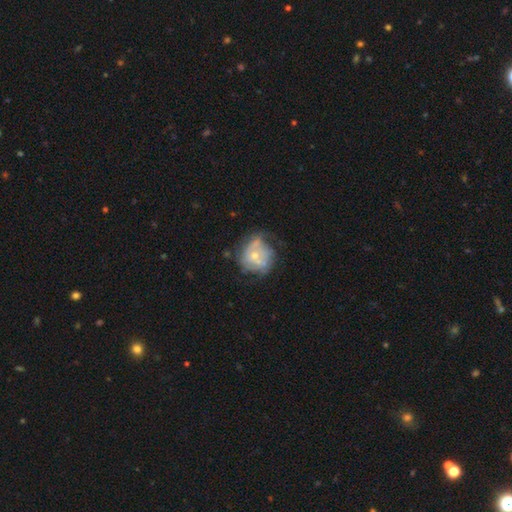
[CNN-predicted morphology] A featured or disk galaxy (61%) with no bar (84%), spiral arms (53%) and a small central bulge (50%).

Vote fractions:
- Smooth or featured? featured or disk: 61% / smooth: 31% / star or artifact: 8%
- Edge-on disk? no: 97% / yes: 3%
- Bar? no: 84% / weak: 13% / strong: 3%
- Spiral arms? yes: 53% / no: 47%
- Bulge size? small: 50% / moderate: 46% / large: 2% / none: 2% / dominant: 1%
- Merging? none: 43% / minor disturbance: 29% / major disturbance: 22% / merger: 6%